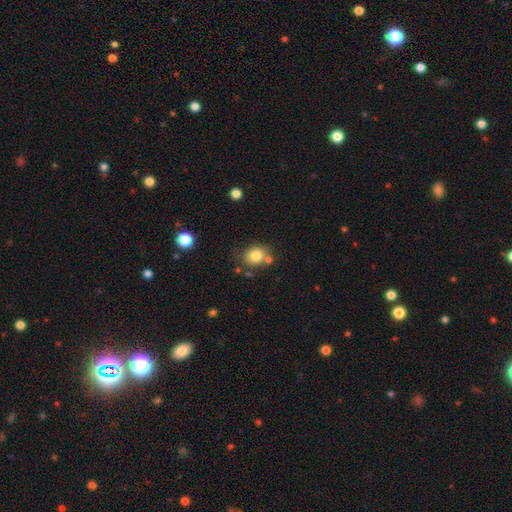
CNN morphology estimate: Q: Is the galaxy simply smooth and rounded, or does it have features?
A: smooth — 81%.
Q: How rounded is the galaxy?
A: round — 63%.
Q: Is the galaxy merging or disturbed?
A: none — 64%.